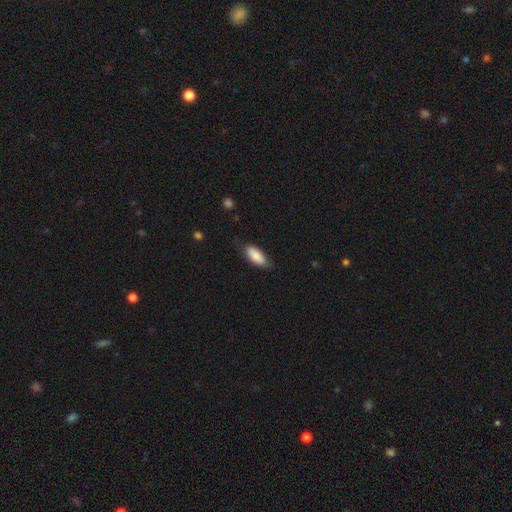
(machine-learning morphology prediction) A smooth galaxy with no disk features (86%) that is in between round and cigar-shaped (79%).

Vote fractions:
- Smooth or featured? smooth: 86% / featured or disk: 8% / star or artifact: 6%
- How rounded? in between: 79% / cigar-shaped: 19% / round: 2%
- Merging? none: 73% / minor disturbance: 21% / major disturbance: 4% / merger: 1%